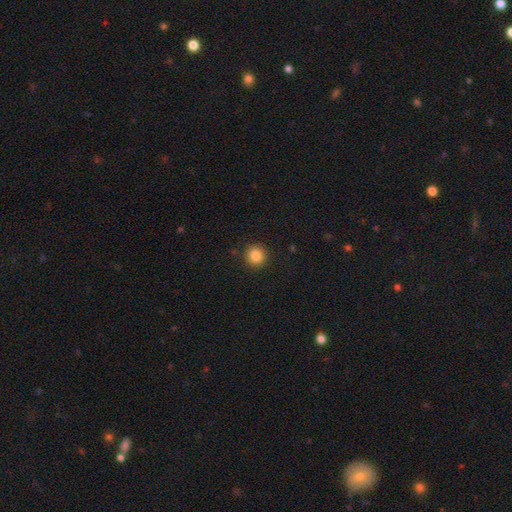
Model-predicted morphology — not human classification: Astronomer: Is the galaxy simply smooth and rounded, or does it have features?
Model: smooth — 85%.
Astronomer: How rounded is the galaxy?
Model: round — 94%.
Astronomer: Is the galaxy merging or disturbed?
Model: none — 91%.